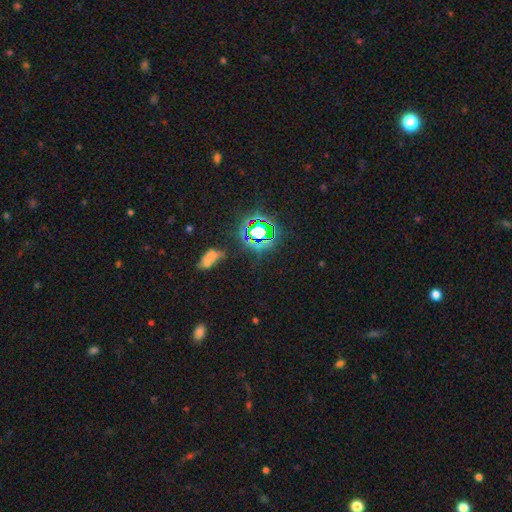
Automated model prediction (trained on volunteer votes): star or artifact 68%, smooth 23%, featured or disk 9%.